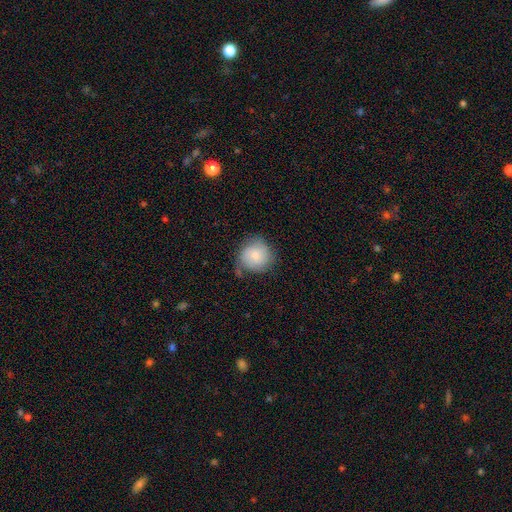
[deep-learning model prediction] smooth_or_featured: smooth (p=0.72) [alt: featured or disk p=0.21]
how_rounded: round (p=0.87) [alt: in between p=0.12]
merging: none (p=0.53) [alt: minor disturbance p=0.33]